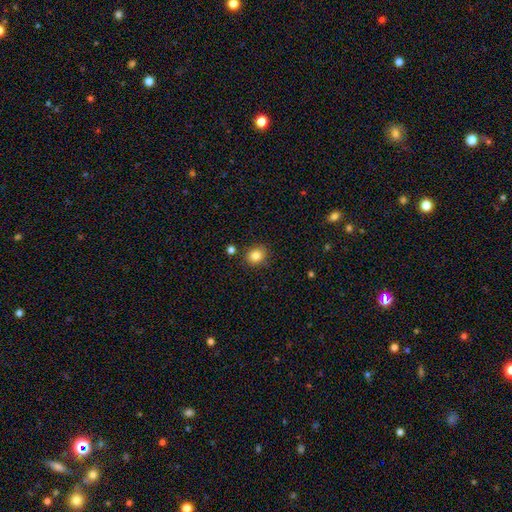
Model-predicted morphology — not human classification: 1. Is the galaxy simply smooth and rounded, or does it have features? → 84% smooth, 11% star or artifact, 5% featured or disk.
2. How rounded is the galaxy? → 73% round, 26% in between, 1% cigar-shaped.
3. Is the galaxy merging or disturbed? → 84% none, 10% minor disturbance, 3% merger, 2% major disturbance.